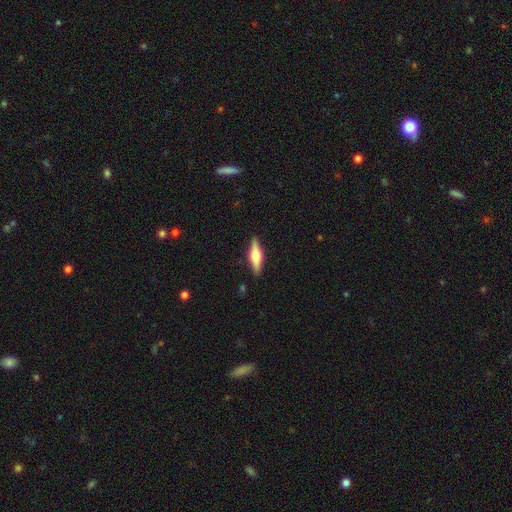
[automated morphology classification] featured or disk 56%, smooth 38%, star or artifact 6%. Down the decision tree: edge-on disk — yes (96%); edge-on bulge — rounded (90%); merging — none (89%).